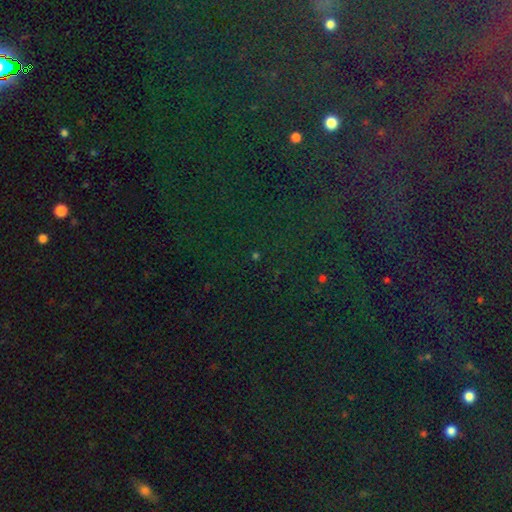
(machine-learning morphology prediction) A star or artifact, not a galaxy (75%).

Vote fractions:
- Smooth or featured? star or artifact: 75% / smooth: 17% / featured or disk: 8%